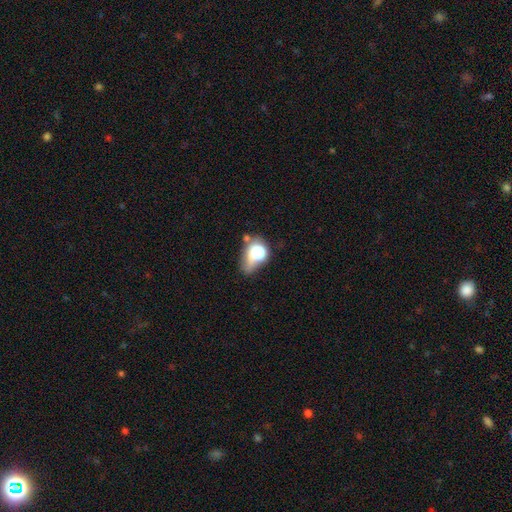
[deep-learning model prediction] This appears to be a smooth galaxy with no disk features (61%) that is in between round and cigar-shaped (60%). Merging: none (34%).